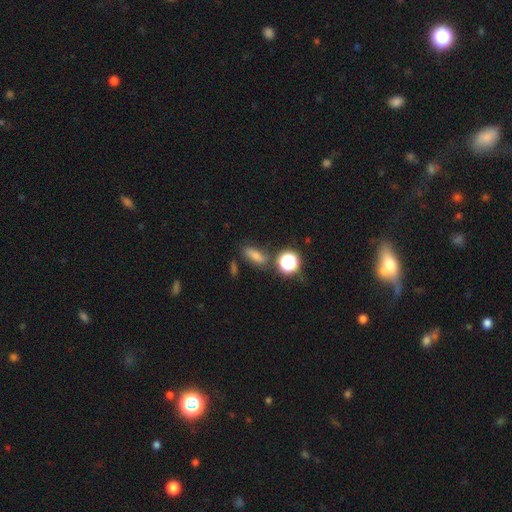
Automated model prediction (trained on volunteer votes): Smooth or featured? Predicted: smooth (p=0.68). How rounded? Predicted: in between (p=0.56). Merging? Predicted: none (p=0.71).